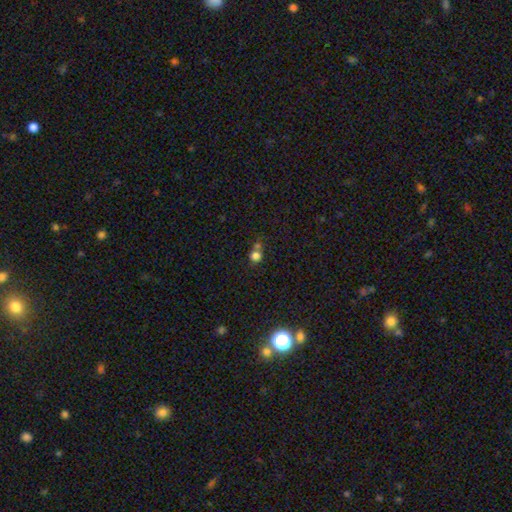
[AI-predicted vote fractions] smooth-or-featured: smooth: 76% | star or artifact: 16% | featured or disk: 7%
  how-rounded: round: 84% | in between: 14% | cigar-shaped: 1%
  merging: none: 50% | merger: 36% | minor disturbance: 9% | major disturbance: 5%